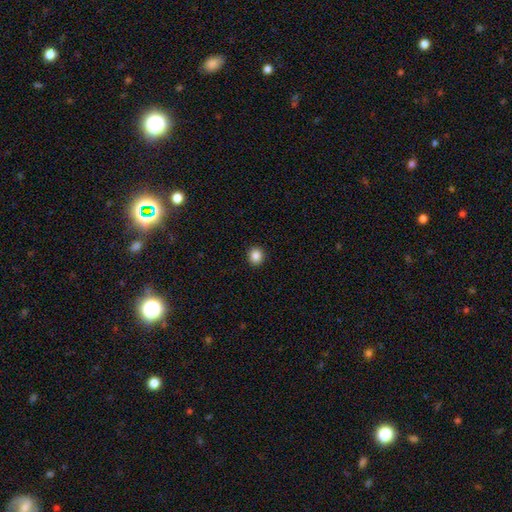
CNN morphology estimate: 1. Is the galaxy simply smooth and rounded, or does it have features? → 86% smooth, 10% star or artifact, 4% featured or disk.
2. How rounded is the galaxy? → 85% round, 15% in between, 1% cigar-shaped.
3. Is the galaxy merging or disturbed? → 93% none, 5% minor disturbance, 2% major disturbance, 1% merger.